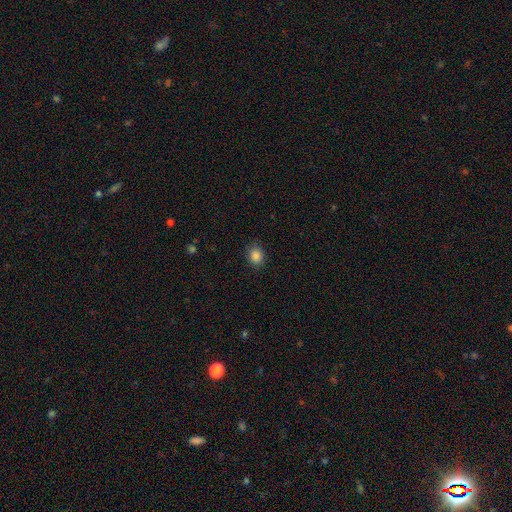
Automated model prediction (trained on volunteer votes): Smooth or featured?
  - smooth: 86% *
  - star or artifact: 11%
  - featured or disk: 4%
How rounded?
  - round: 58% *
  - in between: 41%
  - cigar-shaped: 1%
Merging?
  - none: 87% *
  - minor disturbance: 9%
  - major disturbance: 2%
  - merger: 1%